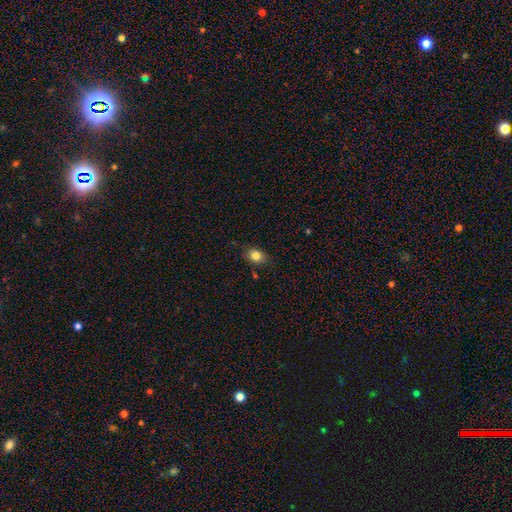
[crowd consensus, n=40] A smooth galaxy with no disk features (82%) that is in between round and cigar-shaped (58%).

Vote fractions:
- Smooth or featured? smooth: 82% / featured or disk: 12% / star or artifact: 5%
- How rounded? in between: 58% / round: 42% / cigar-shaped: 0%
- Merging? none: 79% / minor disturbance: 13% / major disturbance: 5% / merger: 3%